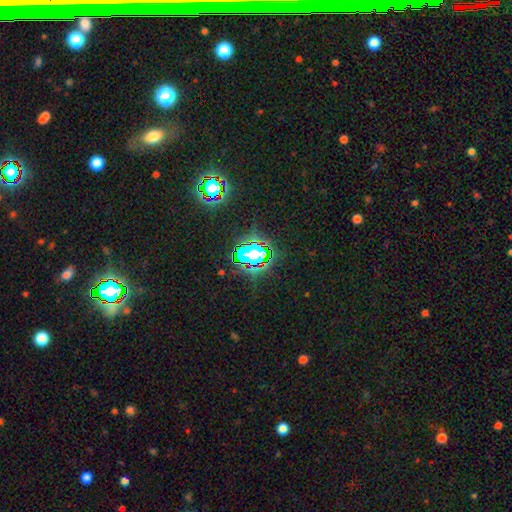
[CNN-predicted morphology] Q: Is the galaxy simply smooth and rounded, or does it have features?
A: star or artifact — 79%.